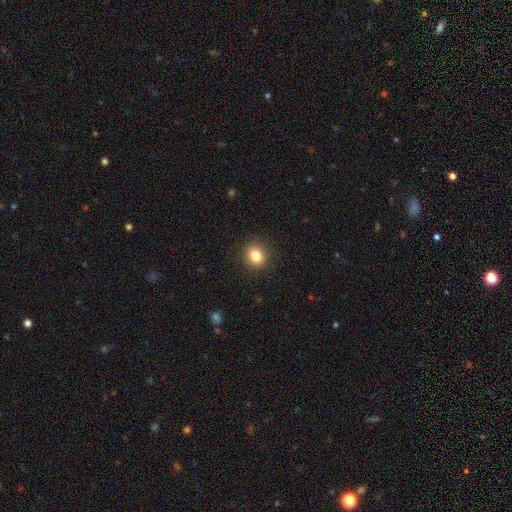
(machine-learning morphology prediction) A smooth galaxy with no disk features (84%) that is round (70%). Merging: none (90%).